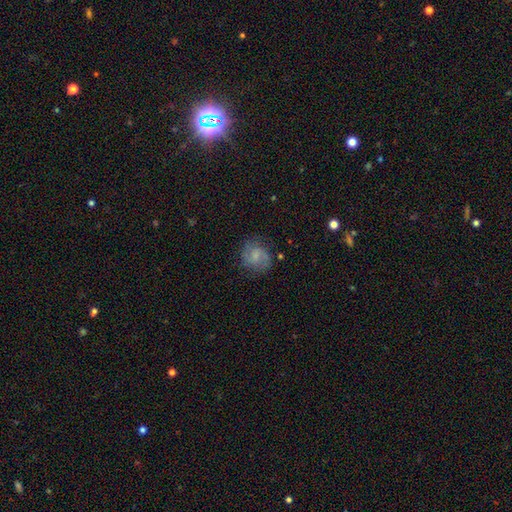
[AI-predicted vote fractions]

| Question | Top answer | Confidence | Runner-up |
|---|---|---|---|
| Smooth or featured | featured or disk | 49% | smooth (43%) |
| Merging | none | 70% | minor disturbance (20%) |